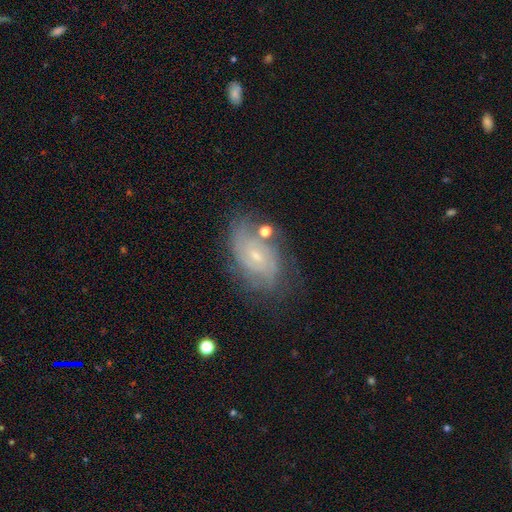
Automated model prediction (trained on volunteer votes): A featured or disk galaxy (71%) with no bar (61%), tight (56%) spiral arms (86%) and a small central bulge (73%).

Vote fractions:
- Smooth or featured? featured or disk: 71% / smooth: 20% / star or artifact: 9%
- Edge-on disk? no: 96% / yes: 4%
- Bar? no: 61% / weak: 33% / strong: 5%
- Spiral arms? yes: 86% / no: 14%
- Spiral winding? tight: 56% / medium: 32% / loose: 11%
- Spiral arm count? can't tell: 47% / 2: 29% / 3: 11% / 4: 5% / 1: 4% / more than 4: 4%
- Bulge size? small: 73% / moderate: 22% / none: 3% / large: 1% / dominant: 1%
- Merging? none: 65% / minor disturbance: 21% / major disturbance: 9% / merger: 5%